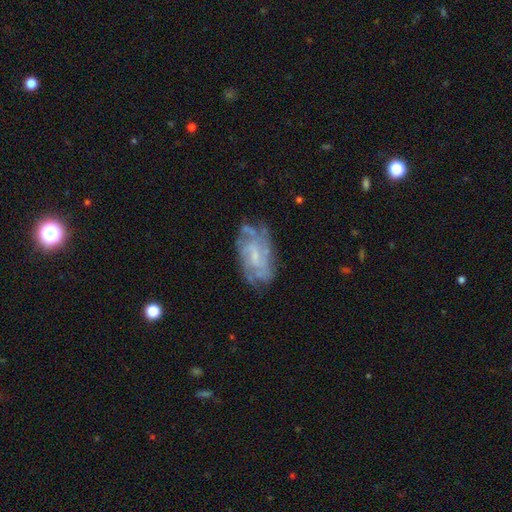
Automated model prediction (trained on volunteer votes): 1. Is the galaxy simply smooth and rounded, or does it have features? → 78% featured or disk, 15% smooth, 7% star or artifact.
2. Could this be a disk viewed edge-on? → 96% no, 4% yes.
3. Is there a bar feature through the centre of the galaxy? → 46% weak, 45% no, 10% strong.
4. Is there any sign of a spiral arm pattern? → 85% yes, 15% no.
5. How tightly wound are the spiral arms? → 50% tight, 37% medium, 12% loose.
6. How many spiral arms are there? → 47% can't tell, 16% 2, 14% 3, 13% 4, 5% more than 4, 5% 1.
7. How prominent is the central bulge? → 58% small, 24% moderate, 15% none, 2% large, 1% dominant.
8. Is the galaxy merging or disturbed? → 65% none, 22% minor disturbance, 10% major disturbance, 3% merger.